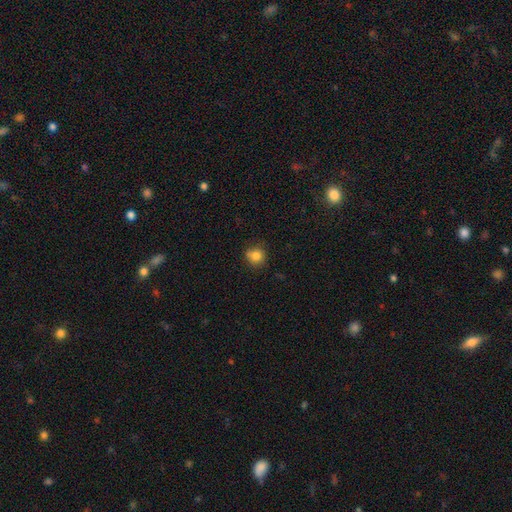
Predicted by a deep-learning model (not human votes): A smooth galaxy with no disk features (83%) that is round (88%). Merging: none (75%).